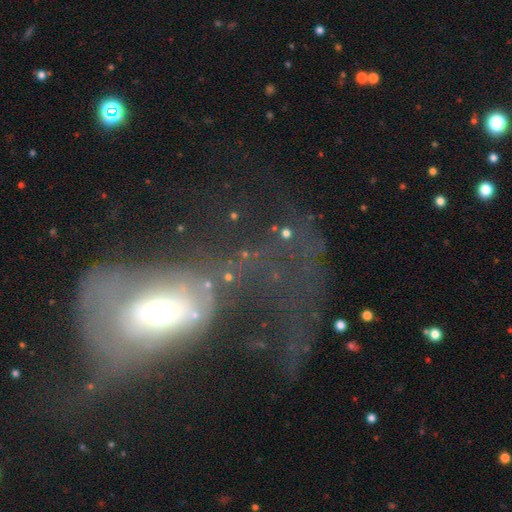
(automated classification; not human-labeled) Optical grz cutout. It shows a featured or disk galaxy (47%). Merging: major disturbance (70%).